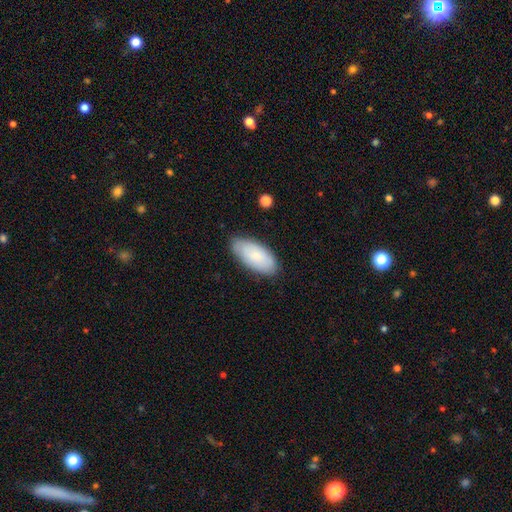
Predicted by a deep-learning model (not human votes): Smooth or featured? smooth (77%)
How rounded? in between (93%)
Merging? none (81%)